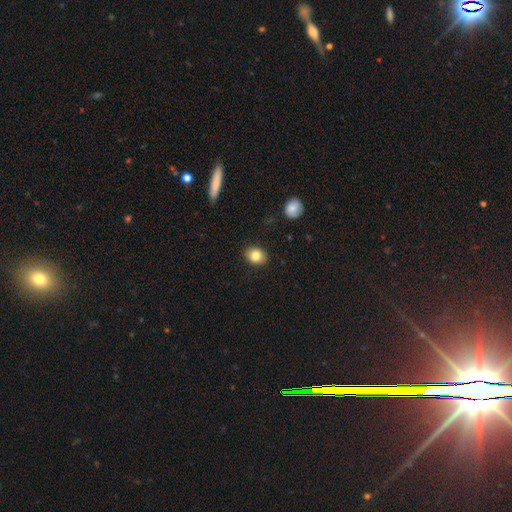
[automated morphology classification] A smooth galaxy with no disk features (84%) that is round (50%). Merging: none (89%).